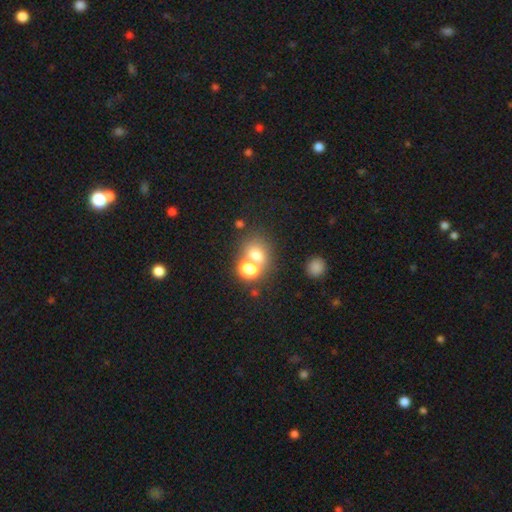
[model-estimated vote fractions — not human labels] The model was most divided on "merging": none: 50%, merger: 36%, minor disturbance: 9%, major disturbance: 5%. More confident: how rounded — round (67%); smooth or featured — smooth (67%).